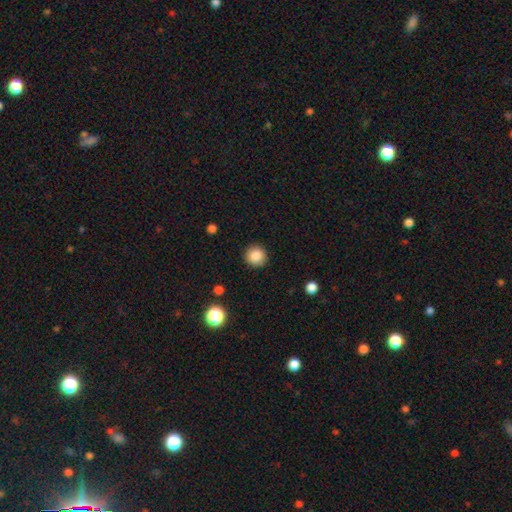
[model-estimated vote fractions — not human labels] smooth_or_featured: smooth (p=0.86) [alt: star or artifact p=0.10]
how_rounded: round (p=0.94) [alt: in between p=0.05]
merging: none (p=0.91) [alt: minor disturbance p=0.06]